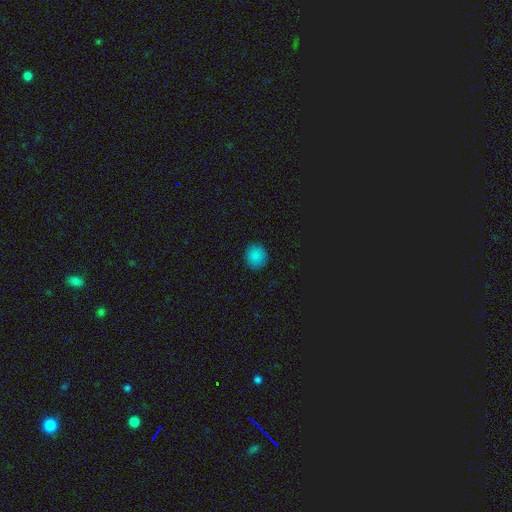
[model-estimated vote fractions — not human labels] smooth-or-featured: smooth: 83% | star or artifact: 13% | featured or disk: 3%
  how-rounded: round: 87% | in between: 12% | cigar-shaped: 1%
  merging: none: 90% | minor disturbance: 7% | major disturbance: 2% | merger: 1%